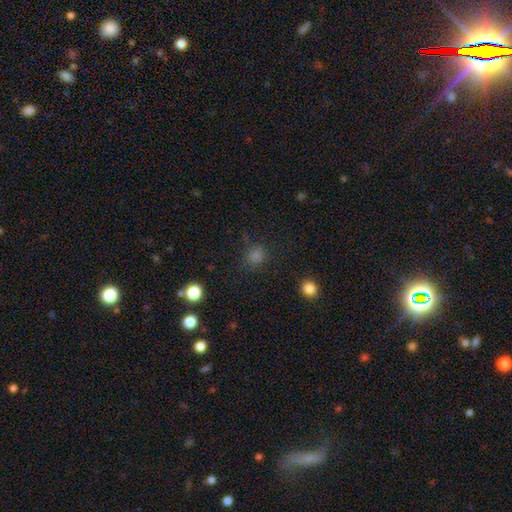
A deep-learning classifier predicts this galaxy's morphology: Smooth or featured?
  - smooth: 74% *
  - star or artifact: 22%
  - featured or disk: 4%
How rounded?
  - round: 85% *
  - in between: 14%
  - cigar-shaped: 1%
Merging?
  - none: 85% *
  - minor disturbance: 10%
  - major disturbance: 4%
  - merger: 2%